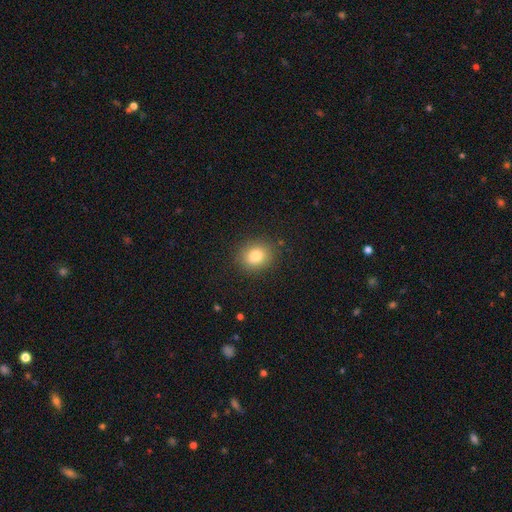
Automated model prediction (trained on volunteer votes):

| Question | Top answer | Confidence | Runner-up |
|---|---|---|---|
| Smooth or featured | smooth | 80% | star or artifact (11%) |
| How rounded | round | 68% | in between (31%) |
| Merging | none | 87% | minor disturbance (9%) |